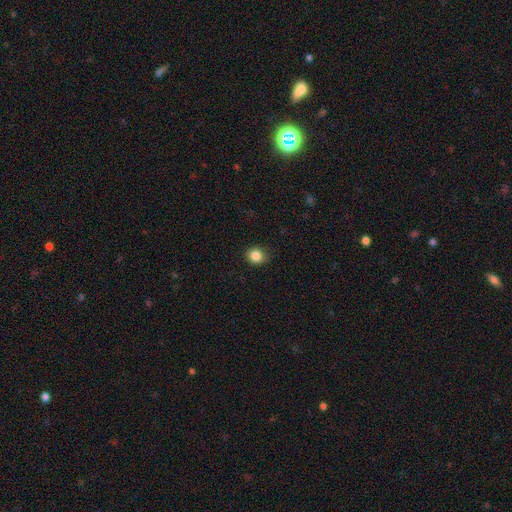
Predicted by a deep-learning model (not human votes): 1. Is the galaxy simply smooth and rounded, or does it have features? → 85% smooth, 11% star or artifact, 5% featured or disk.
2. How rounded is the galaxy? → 83% round, 17% in between, 1% cigar-shaped.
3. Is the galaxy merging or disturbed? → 86% none, 11% minor disturbance, 2% major disturbance, 1% merger.